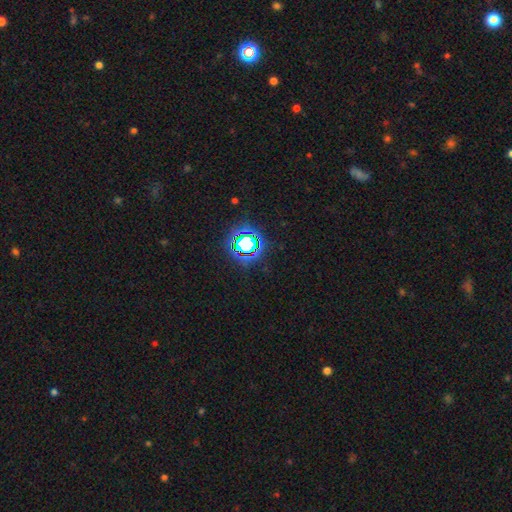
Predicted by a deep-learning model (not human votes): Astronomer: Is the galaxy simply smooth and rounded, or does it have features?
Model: star or artifact — 80%.